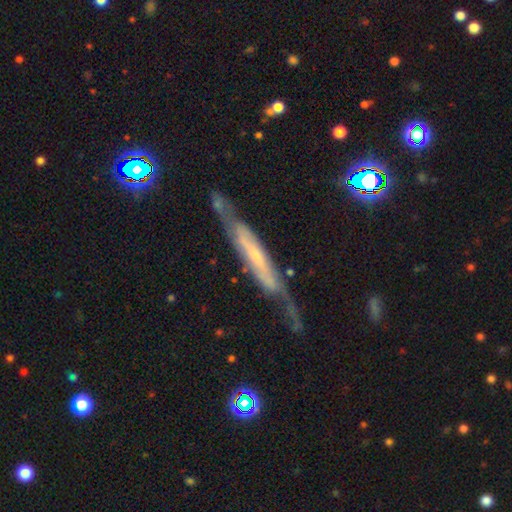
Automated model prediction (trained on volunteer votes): featured or disk 74%, smooth 18%, star or artifact 8%. Down the decision tree: edge-on disk — yes (64%); merging — none (58%).